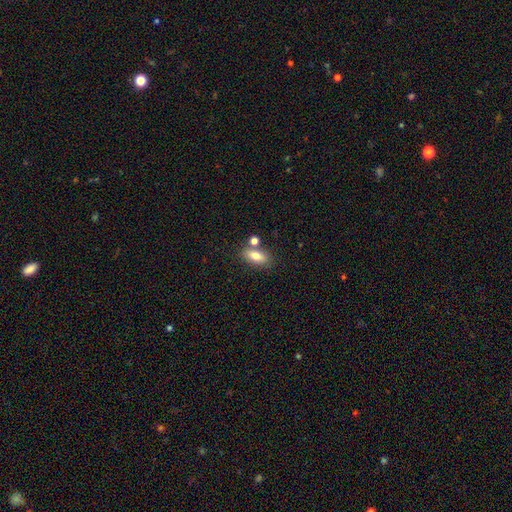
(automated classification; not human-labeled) Q: Smooth or featured?
A: smooth (77%); runner-up: featured or disk (15%)
Q: How rounded?
A: in between (82%); runner-up: cigar-shaped (12%)
Q: Merging?
A: none (68%); runner-up: merger (17%)